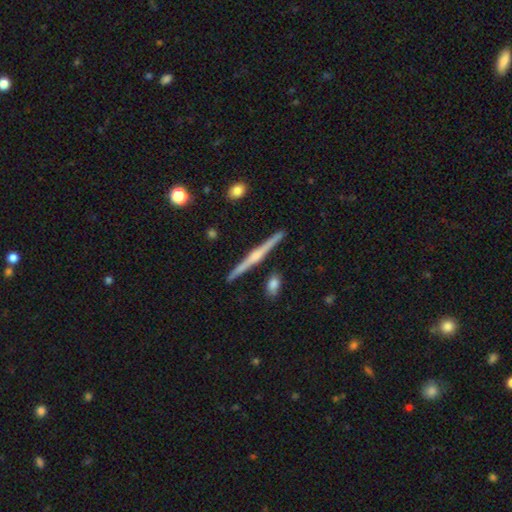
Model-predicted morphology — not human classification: Smooth or featured? featured or disk (79%)
Edge-on disk? yes (99%)
Edge-on bulge? rounded (80%)
Merging? none (91%)